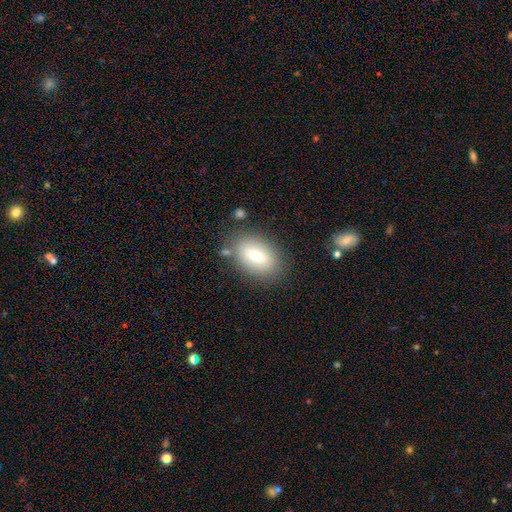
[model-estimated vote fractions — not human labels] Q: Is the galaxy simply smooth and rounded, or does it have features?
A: smooth — 76%.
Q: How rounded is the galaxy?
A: in between — 88%.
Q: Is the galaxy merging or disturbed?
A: none — 78%.